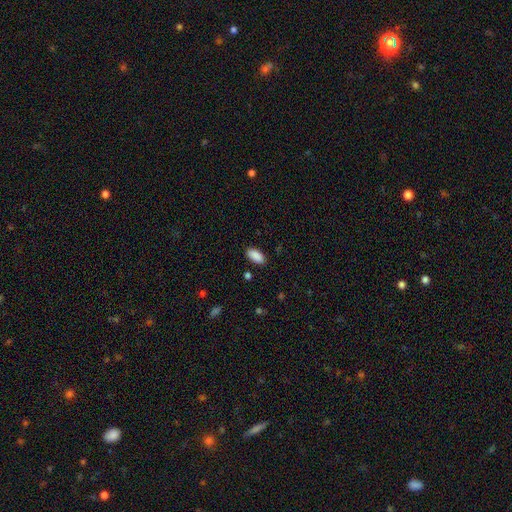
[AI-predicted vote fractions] smooth-or-featured: smooth: 90% | star or artifact: 7% | featured or disk: 3%
  how-rounded: in between: 91% | cigar-shaped: 7% | round: 2%
  merging: none: 87% | minor disturbance: 9% | major disturbance: 2% | merger: 2%